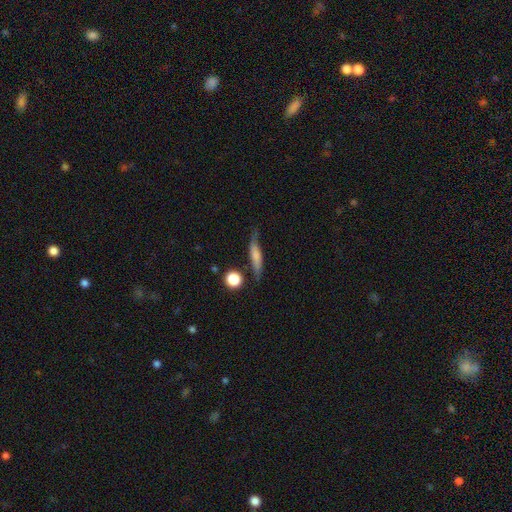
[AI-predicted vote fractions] Smooth or featured: smooth — 55% (featured or disk — 36%)
How rounded: cigar-shaped — 71% (in between — 23%)
Merging: none — 65% (minor disturbance — 23%)